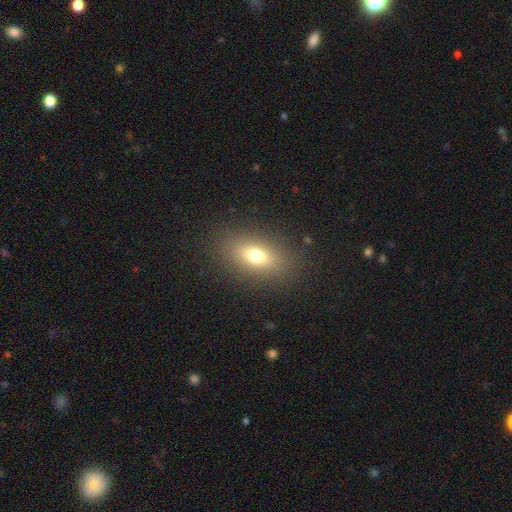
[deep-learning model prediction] Smooth or featured: smooth — 71% (featured or disk — 16%)
How rounded: in between — 79% (round — 11%)
Merging: none — 85% (minor disturbance — 9%)